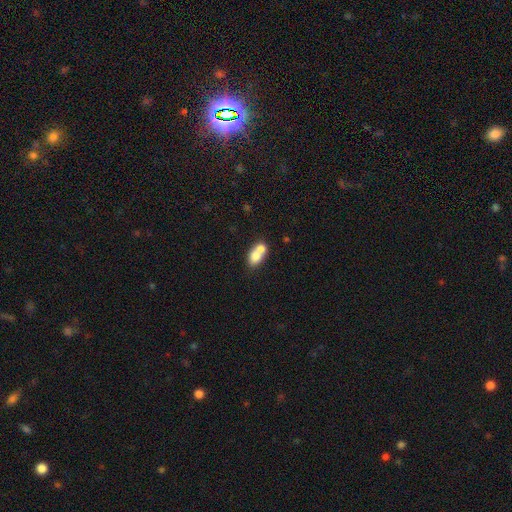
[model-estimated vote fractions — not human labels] Q: Smooth or featured?
A: smooth (72%); runner-up: featured or disk (20%)
Q: How rounded?
A: in between (68%); runner-up: round (29%)
Q: Merging?
A: merger (66%); runner-up: none (24%)